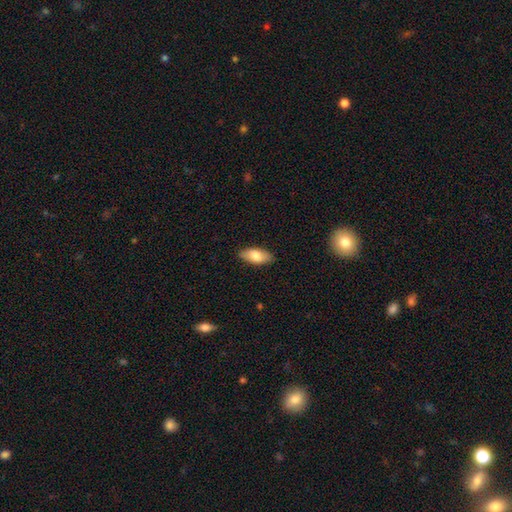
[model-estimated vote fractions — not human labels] A smooth galaxy with no disk features (76%) that is in between round and cigar-shaped (87%).

Vote fractions:
- Smooth or featured? smooth: 76% / featured or disk: 18% / star or artifact: 6%
- How rounded? in between: 87% / cigar-shaped: 11% / round: 2%
- Merging? none: 86% / minor disturbance: 11% / major disturbance: 2% / merger: 1%